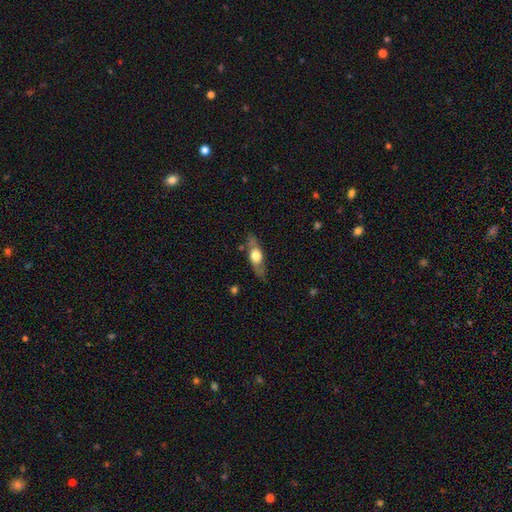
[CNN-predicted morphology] Overall: featured or disk (50%; smooth 45%). Merging: none (78%).